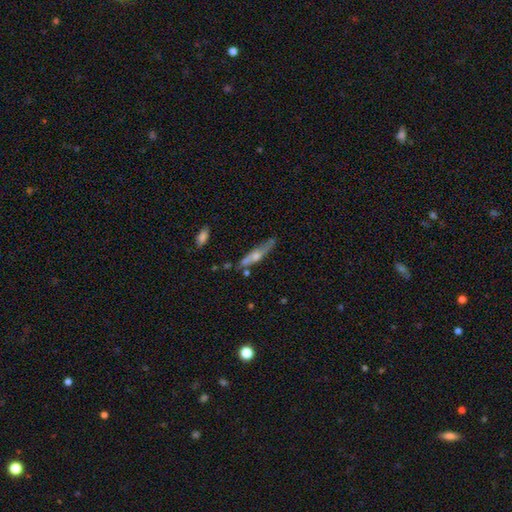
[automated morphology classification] A featured or disk galaxy (53%) viewed edge-on (82%). Merging: none (57%).